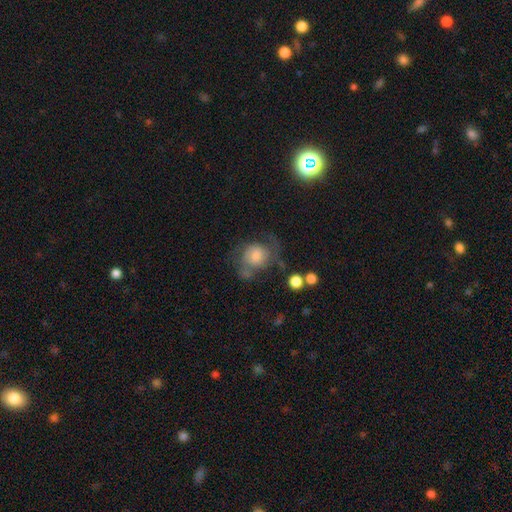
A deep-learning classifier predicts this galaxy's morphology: This appears to be a featured or disk galaxy (53%) with no bar (72%), spiral arms (79%) and a moderate central bulge (42%). Merging: none (45%).